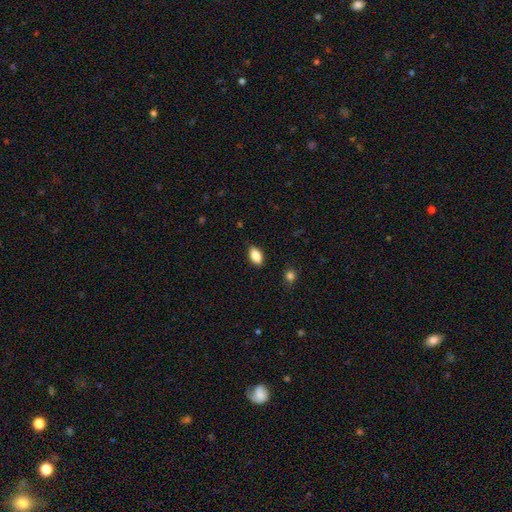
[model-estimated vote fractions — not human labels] This is clearly a smooth galaxy (85%). How rounded: clearly in between (91%). Merging: clearly none (87%).